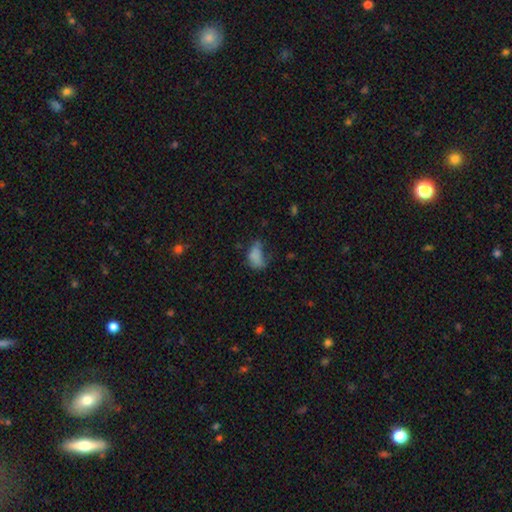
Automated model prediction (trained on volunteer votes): Overall: smooth (73%). How rounded: in between (88%). Merging: major disturbance (32%, tied with none).